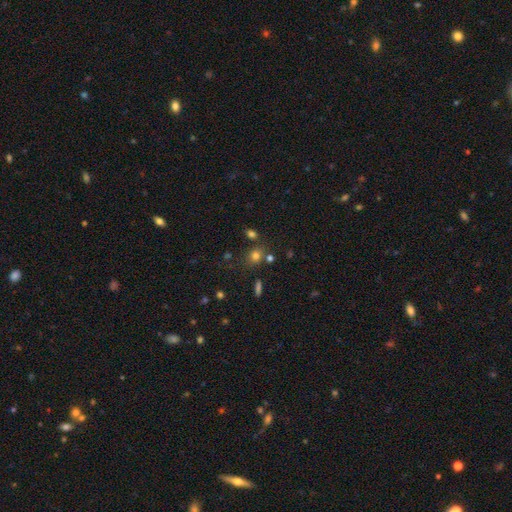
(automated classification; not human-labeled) A smooth galaxy with no disk features (74%) that is round (66%).

Vote fractions:
- Smooth or featured? smooth: 74% / star or artifact: 17% / featured or disk: 8%
- How rounded? round: 66% / in between: 32% / cigar-shaped: 2%
- Merging? none: 72% / minor disturbance: 13% / merger: 11% / major disturbance: 5%